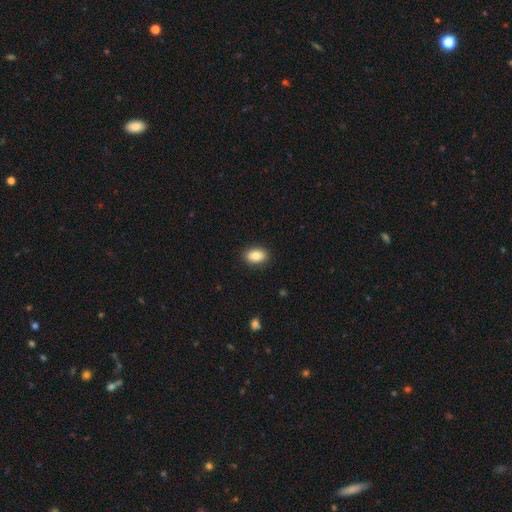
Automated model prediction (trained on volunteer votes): smooth 86%, star or artifact 7%, featured or disk 6%. Down the decision tree: how rounded — in between (86%); merging — none (89%).